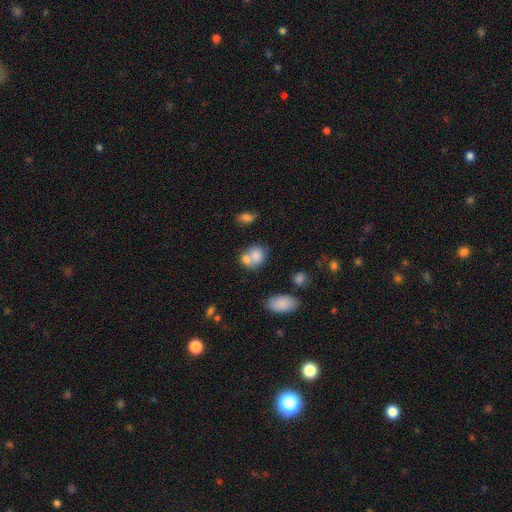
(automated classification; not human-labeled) This appears to be a smooth galaxy with no disk features (77%) that is round (54%). Merging: merger (50%).